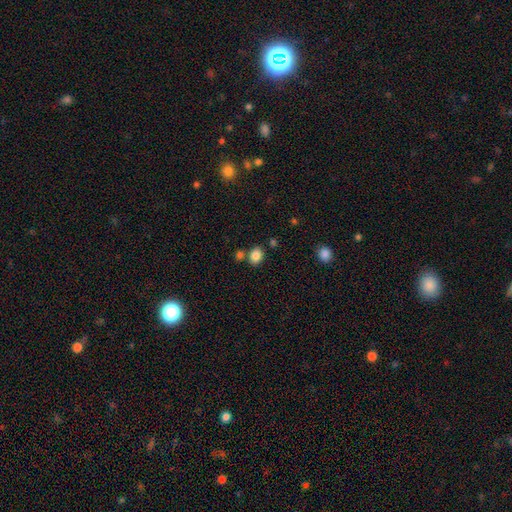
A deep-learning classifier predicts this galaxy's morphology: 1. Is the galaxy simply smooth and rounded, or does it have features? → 85% smooth, 10% star or artifact, 5% featured or disk.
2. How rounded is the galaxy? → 53% in between, 46% round, 1% cigar-shaped.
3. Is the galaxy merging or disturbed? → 71% none, 15% merger, 11% minor disturbance, 3% major disturbance.